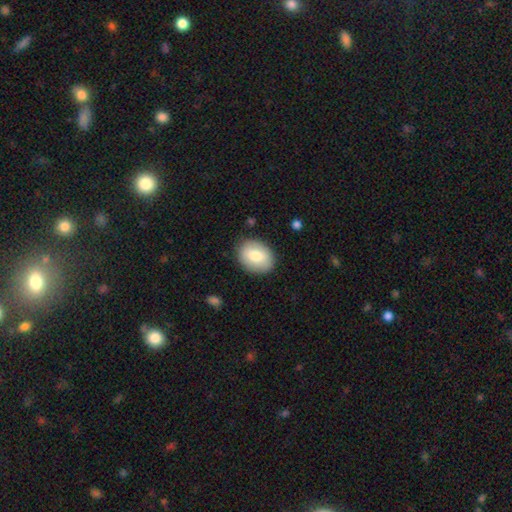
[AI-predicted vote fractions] Smooth or featured: smooth — 78% (featured or disk — 16%)
How rounded: in between — 62% (round — 37%)
Merging: none — 85% (minor disturbance — 11%)